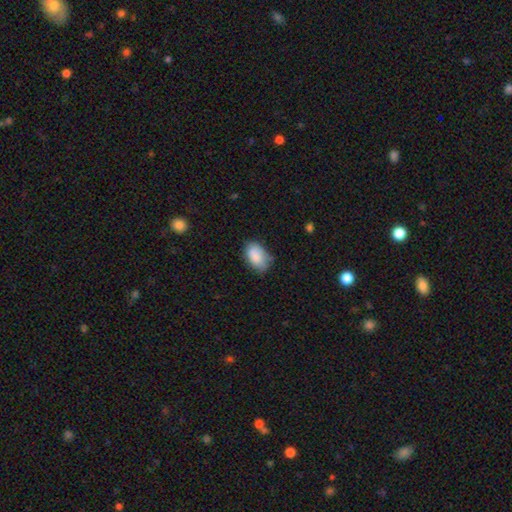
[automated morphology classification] Smooth or featured: smooth — 85% (featured or disk — 8%)
How rounded: in between — 90% (round — 9%)
Merging: none — 62% (minor disturbance — 29%)